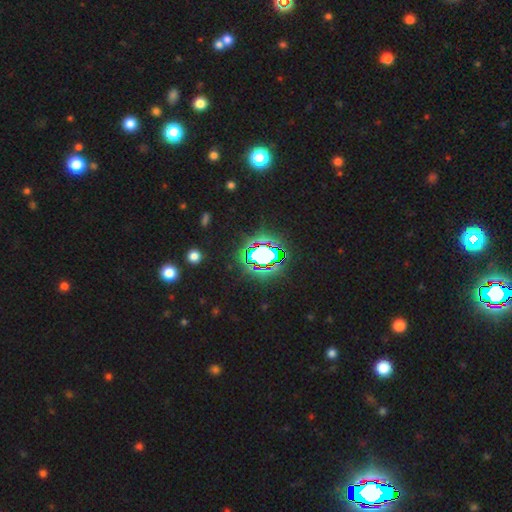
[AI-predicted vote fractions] Smooth or featured: star or artifact — 75% (smooth — 15%)